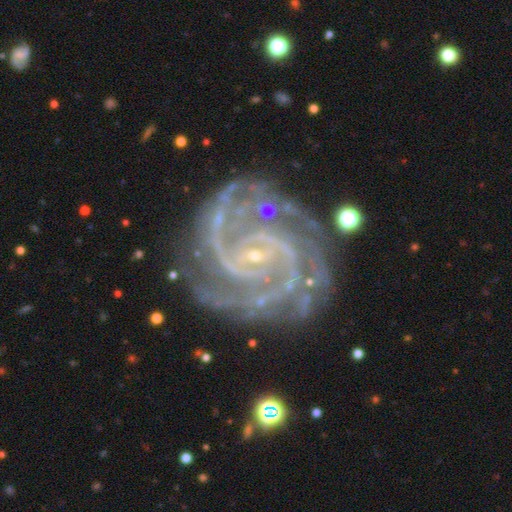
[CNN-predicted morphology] Smooth or featured?
  - featured or disk: 94% *
  - star or artifact: 4%
  - smooth: 2%
Edge-on disk?
  - no: 98% *
  - yes: 2%
Bar?
  - no: 45% *
  - weak: 35%
  - strong: 20%
Spiral arms?
  - yes: 99% *
  - no: 1%
Spiral winding?
  - tight: 68% *
  - medium: 29%
  - loose: 3%
Spiral arm count?
  - 2: 43% *
  - 3: 20%
  - 4: 11%
  - can't tell: 10%
  - more than 4: 8%
  - 1: 8%
Bulge size?
  - small: 89% *
  - moderate: 6%
  - none: 4%
  - large: 1%
  - dominant: 1%
Merging?
  - none: 77% *
  - minor disturbance: 16%
  - major disturbance: 5%
  - merger: 2%